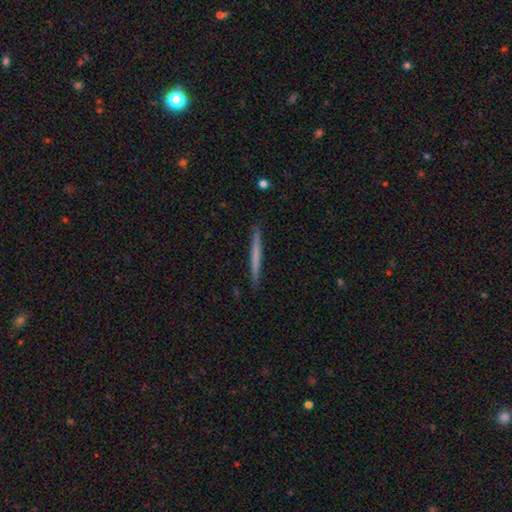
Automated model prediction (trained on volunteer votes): A smooth galaxy with no disk features (54%) that is cigar-shaped (97%).

Vote fractions:
- Smooth or featured? smooth: 54% / featured or disk: 40% / star or artifact: 5%
- How rounded? cigar-shaped: 97% / in between: 2% / round: 1%
- Merging? none: 92% / minor disturbance: 6% / major disturbance: 1% / merger: 1%